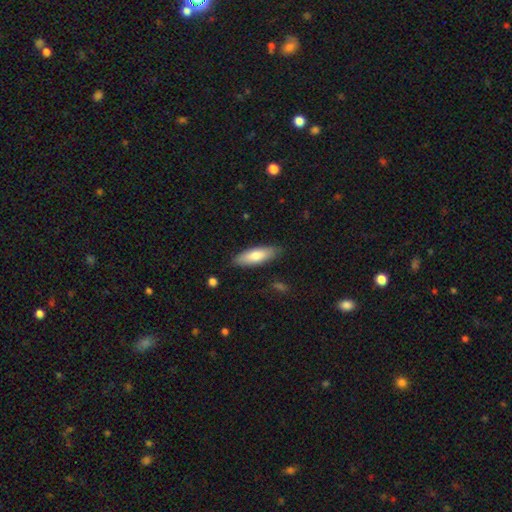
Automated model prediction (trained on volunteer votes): smooth 77%, featured or disk 18%, star or artifact 5%. Down the decision tree: how rounded — in between (59%); merging — none (84%).